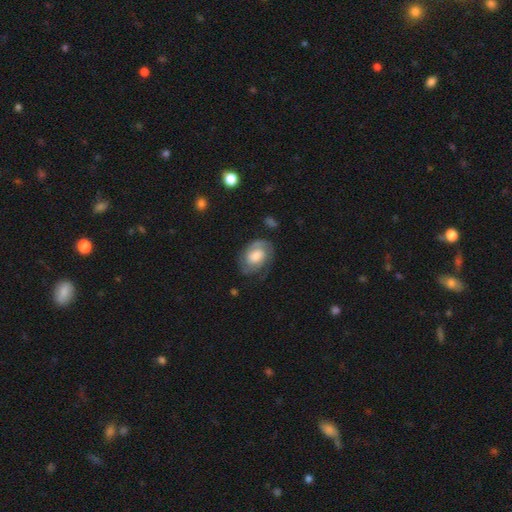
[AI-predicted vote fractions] This is likely a featured or disk galaxy (67%). It is clearly not viewed edge-on (97%). Bar: possibly no (58%). Spiral arm pattern: clearly yes (88%). Spiral arm count: likely 2 (68%). Spiral winding: possibly tight (51%). Central bulge: marginally large (40%). Merging: likely none (71%).